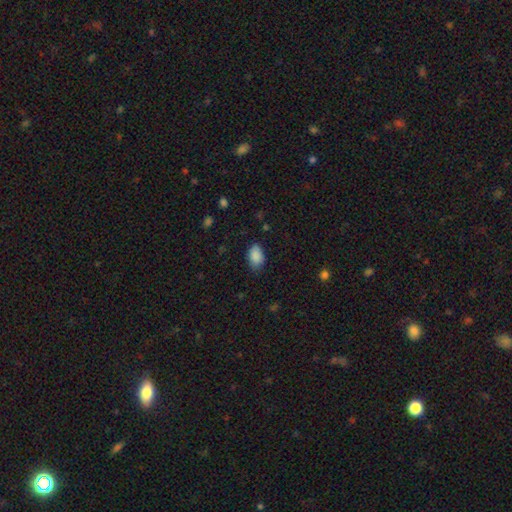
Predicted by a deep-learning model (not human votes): This appears to be a smooth galaxy with no disk features (88%) that is in between round and cigar-shaped (89%). Merging: none (75%).